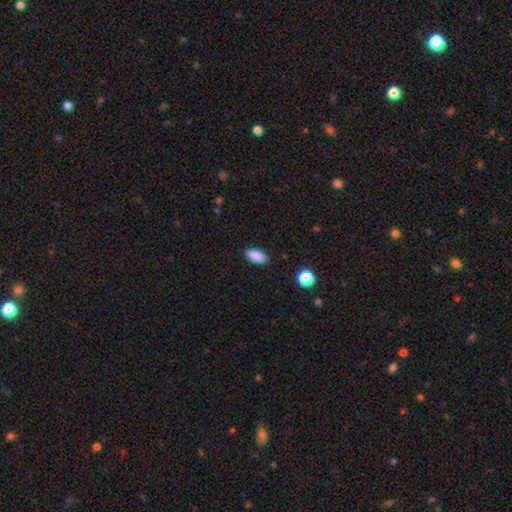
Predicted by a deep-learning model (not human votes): This appears to be a smooth galaxy with no disk features (89%) that is in between round and cigar-shaped (90%). Merging: none (87%).